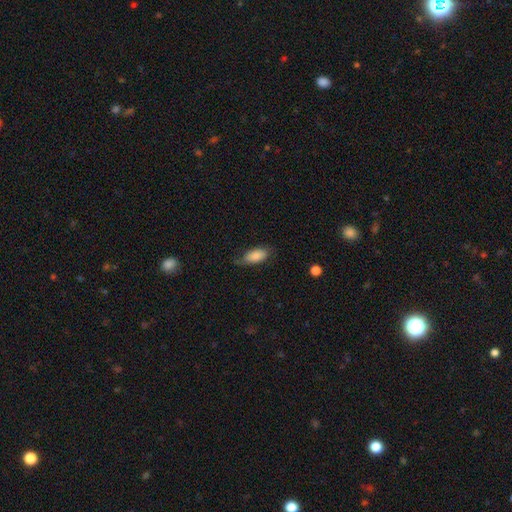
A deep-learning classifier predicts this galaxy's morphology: smooth_or_featured: smooth (p=0.85) [alt: featured or disk p=0.09]
how_rounded: in between (p=0.88) [alt: cigar-shaped p=0.10]
merging: none (p=0.64) [alt: minor disturbance p=0.28]